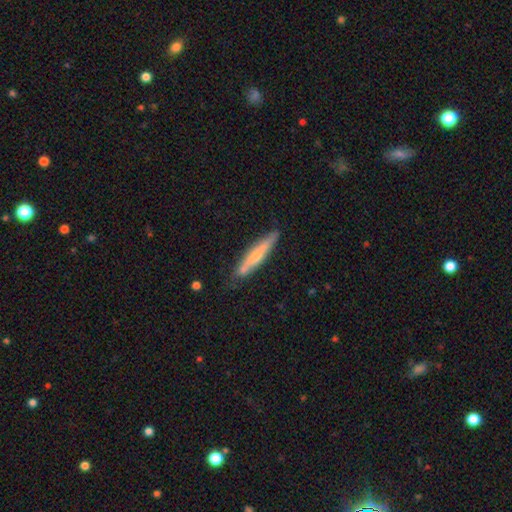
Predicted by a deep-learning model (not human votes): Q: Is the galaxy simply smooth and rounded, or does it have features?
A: smooth — 48%.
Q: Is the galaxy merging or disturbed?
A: none — 79%.